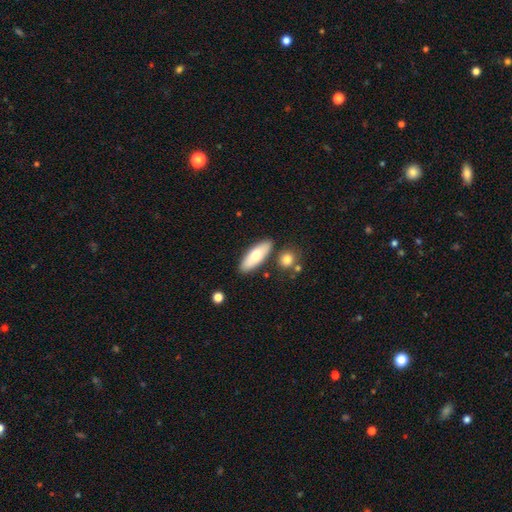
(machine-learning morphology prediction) Smooth or featured? smooth (72%)
How rounded? in between (64%)
Merging? none (81%)